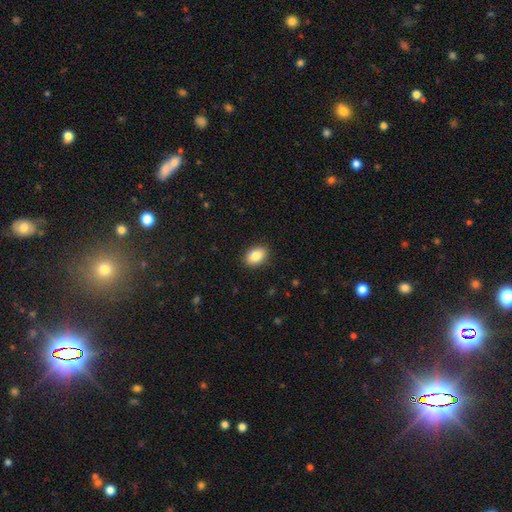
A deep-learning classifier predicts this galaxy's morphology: smooth 87%, star or artifact 8%, featured or disk 5%. Down the decision tree: how rounded — in between (82%); merging — none (89%).